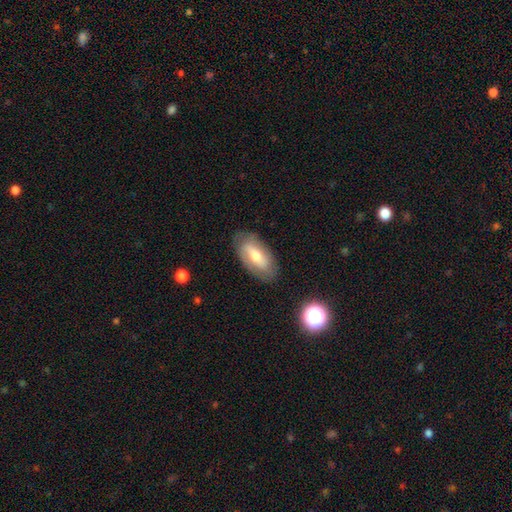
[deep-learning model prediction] This is possibly a smooth galaxy (51%). How rounded: clearly in between (88%). Merging: clearly none (80%).